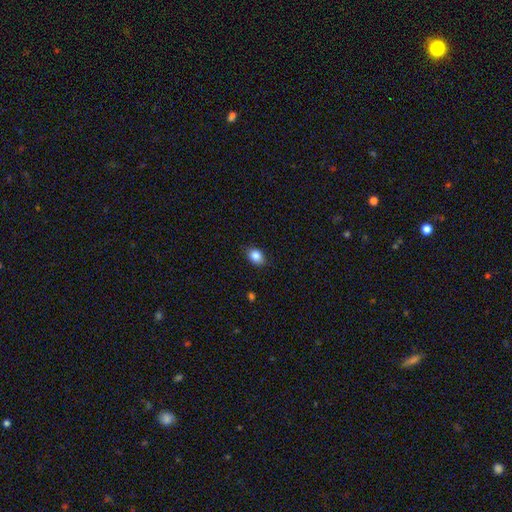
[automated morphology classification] Smooth or featured? Predicted: smooth (p=0.86). How rounded? Predicted: in between (p=0.75). Merging? Predicted: none (p=0.84).